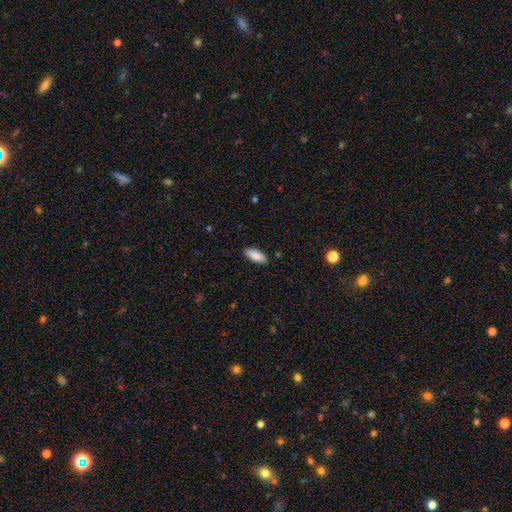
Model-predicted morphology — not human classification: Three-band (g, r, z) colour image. It shows a smooth galaxy with no disk features (86%) that is in between round and cigar-shaped (76%). Merging: none (88%).